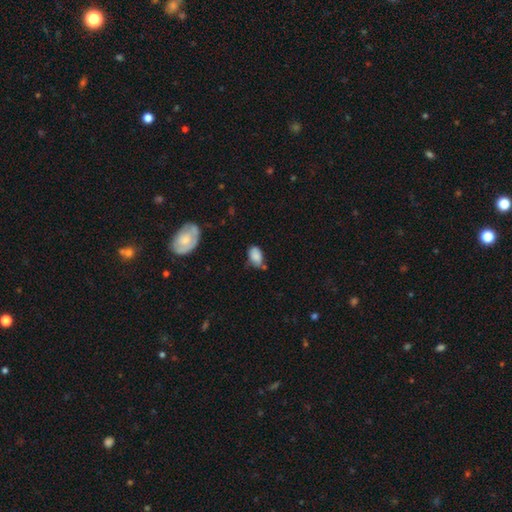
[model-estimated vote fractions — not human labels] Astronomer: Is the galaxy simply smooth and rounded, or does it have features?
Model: smooth — 81%.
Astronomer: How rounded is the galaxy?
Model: in between — 88%.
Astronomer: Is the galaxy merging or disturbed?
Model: none — 50% (runner-up: minor disturbance, 36%).